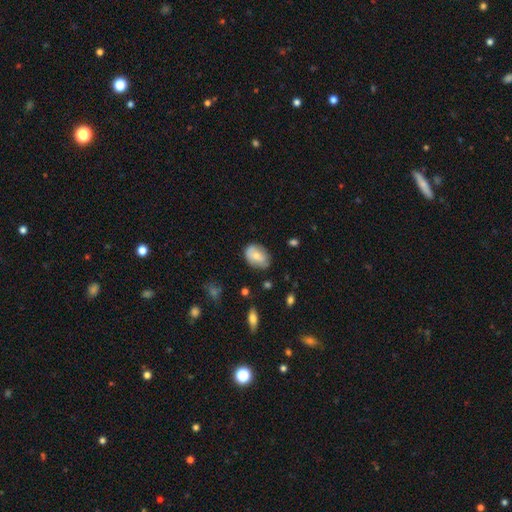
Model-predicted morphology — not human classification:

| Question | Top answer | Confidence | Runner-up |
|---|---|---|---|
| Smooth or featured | smooth | 63% | featured or disk (30%) |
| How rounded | in between | 75% | round (24%) |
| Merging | none | 69% | minor disturbance (24%) |